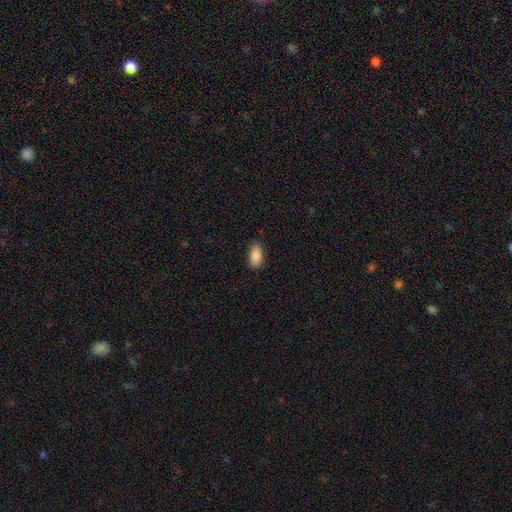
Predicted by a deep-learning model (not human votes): Overall: smooth (88%). How rounded: in between (89%). Merging: none (85%).